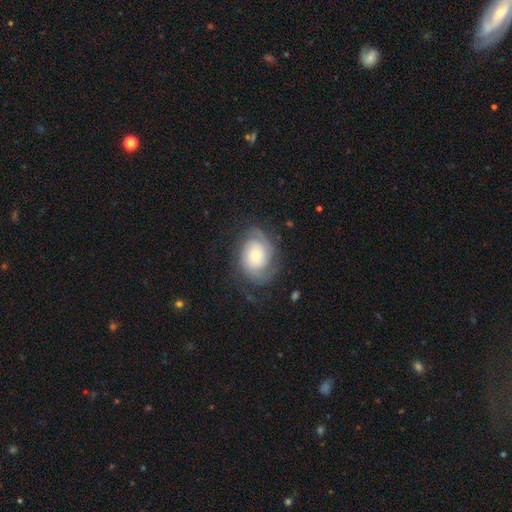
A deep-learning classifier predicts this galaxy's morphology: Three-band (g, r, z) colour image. It shows a featured or disk galaxy (73%) with no bar (77%), 2 (46%) tight (55%) spiral arms (93%) and a small central bulge (55%). Merging: none (65%).